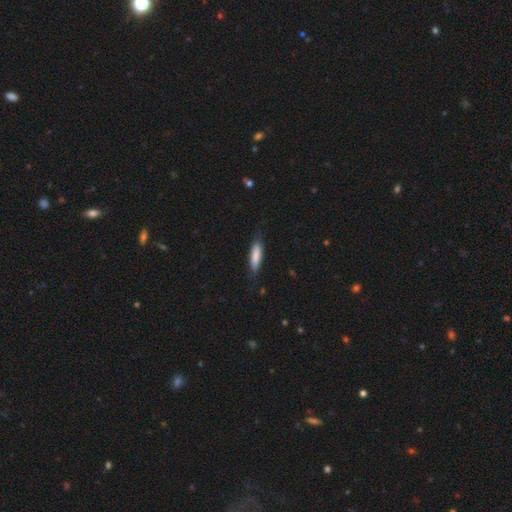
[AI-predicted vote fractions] smooth-or-featured: smooth: 79% | featured or disk: 16% | star or artifact: 5%
  how-rounded: cigar-shaped: 66% | in between: 32% | round: 1%
  merging: none: 75% | minor disturbance: 19% | major disturbance: 4% | merger: 1%